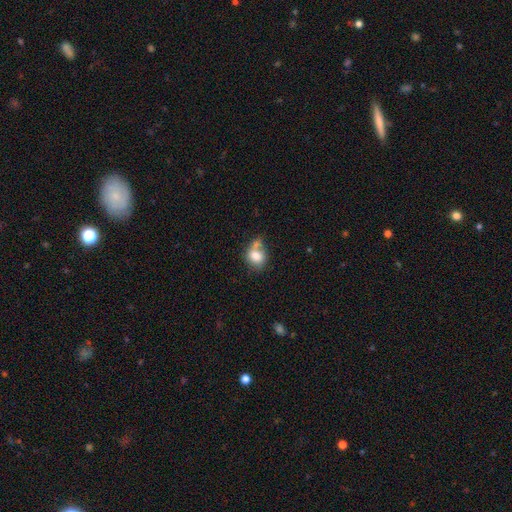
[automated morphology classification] Smooth or featured?
  - smooth: 77% *
  - featured or disk: 14%
  - star or artifact: 9%
How rounded?
  - round: 52% *
  - in between: 47%
  - cigar-shaped: 1%
Merging?
  - merger: 38% *
  - none: 36%
  - minor disturbance: 17%
  - major disturbance: 9%